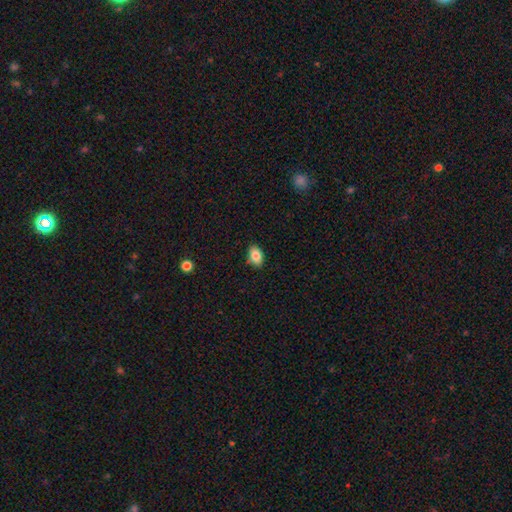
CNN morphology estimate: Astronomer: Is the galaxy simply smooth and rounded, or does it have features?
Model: smooth — 84%.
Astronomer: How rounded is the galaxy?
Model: in between — 87%.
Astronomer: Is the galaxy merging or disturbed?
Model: none — 85%.